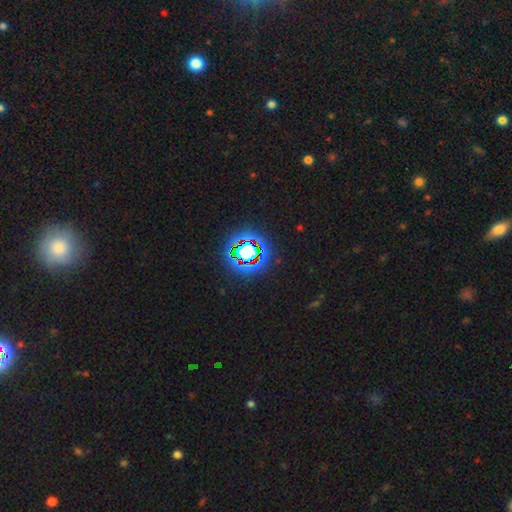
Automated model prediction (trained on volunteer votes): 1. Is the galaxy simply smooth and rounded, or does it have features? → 76% star or artifact, 14% smooth, 10% featured or disk.